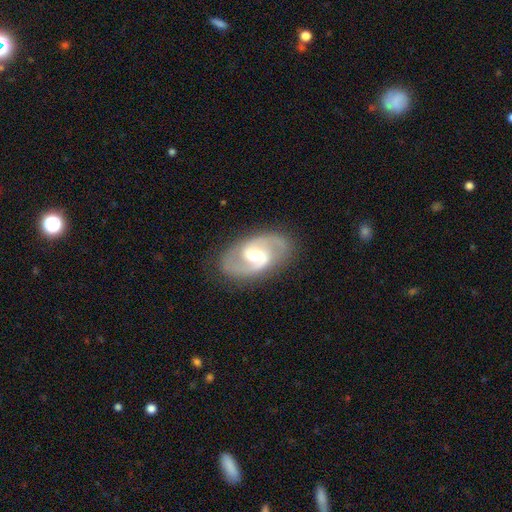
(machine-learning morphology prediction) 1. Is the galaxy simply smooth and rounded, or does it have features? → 89% featured or disk, 7% smooth, 4% star or artifact.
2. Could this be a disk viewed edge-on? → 97% no, 3% yes.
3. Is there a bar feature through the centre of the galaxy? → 54% weak, 24% strong, 22% no.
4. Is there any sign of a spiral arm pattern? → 96% yes, 4% no.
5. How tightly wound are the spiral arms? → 60% medium, 23% tight, 17% loose.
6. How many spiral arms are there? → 93% 2, 3% can't tell, 2% 3, 1% 1, 1% 4, 1% more than 4.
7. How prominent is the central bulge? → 63% moderate, 25% small, 9% large, 2% none, 1% dominant.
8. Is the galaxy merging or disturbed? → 85% none, 10% minor disturbance, 3% major disturbance, 1% merger.